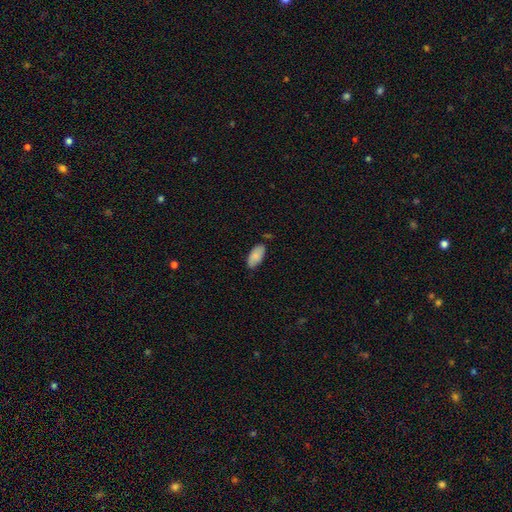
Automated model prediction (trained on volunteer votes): This appears to be a smooth galaxy with no disk features (82%) that is in between round and cigar-shaped (93%). Merging: none (72%).